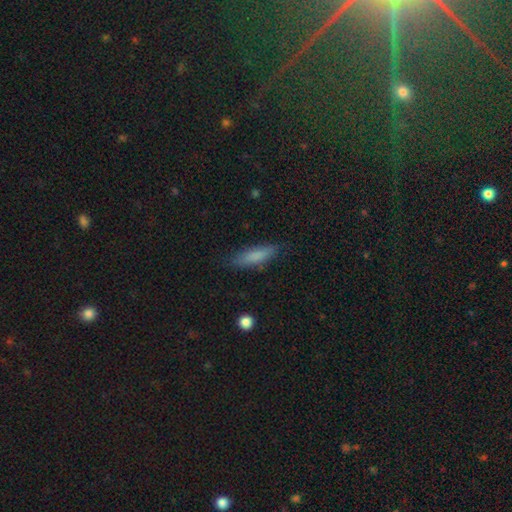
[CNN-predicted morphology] Smooth or featured?
  - smooth: 80% *
  - featured or disk: 13%
  - star or artifact: 7%
How rounded?
  - cigar-shaped: 67% *
  - in between: 31%
  - round: 2%
Merging?
  - none: 83% *
  - minor disturbance: 12%
  - major disturbance: 3%
  - merger: 1%